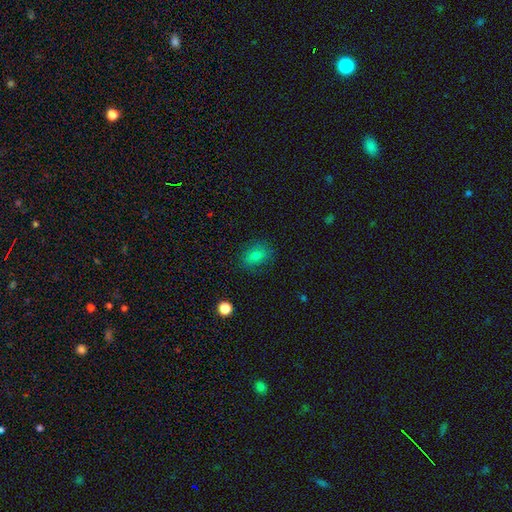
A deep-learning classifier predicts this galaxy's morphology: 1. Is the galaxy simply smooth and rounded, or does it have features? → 75% smooth, 13% star or artifact, 12% featured or disk.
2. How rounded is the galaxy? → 61% in between, 37% round, 2% cigar-shaped.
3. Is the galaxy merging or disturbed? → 81% none, 14% minor disturbance, 4% major disturbance, 1% merger.